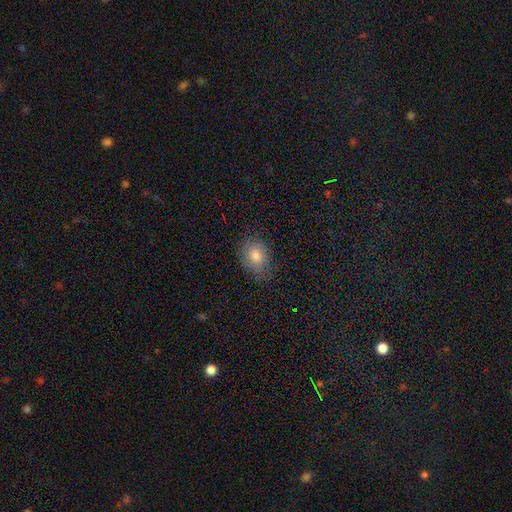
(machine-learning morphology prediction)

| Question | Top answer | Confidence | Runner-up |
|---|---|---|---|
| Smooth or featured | smooth | 72% | featured or disk (17%) |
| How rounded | in between | 56% | round (42%) |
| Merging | none | 76% | minor disturbance (18%) |